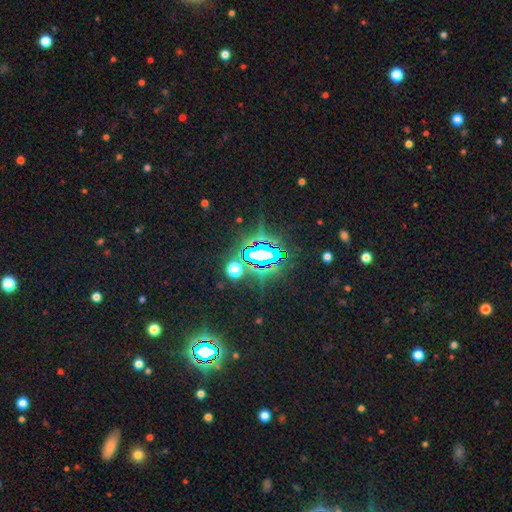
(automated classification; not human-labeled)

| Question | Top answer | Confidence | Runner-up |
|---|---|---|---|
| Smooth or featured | star or artifact | 79% | smooth (12%) |